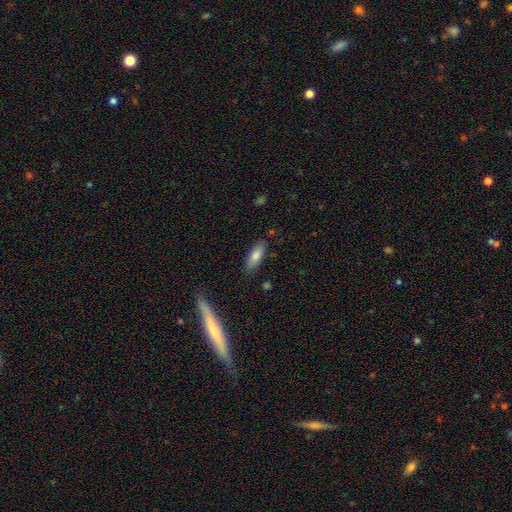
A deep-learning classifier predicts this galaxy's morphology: smooth 80%, featured or disk 13%, star or artifact 7%. Down the decision tree: how rounded — in between (68%); merging — none (82%).